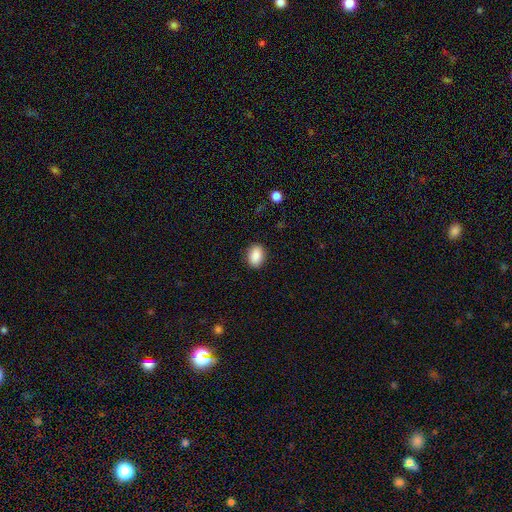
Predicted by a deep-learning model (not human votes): This is clearly a smooth galaxy (89%). How rounded: likely in between (79%). Merging: clearly none (89%).